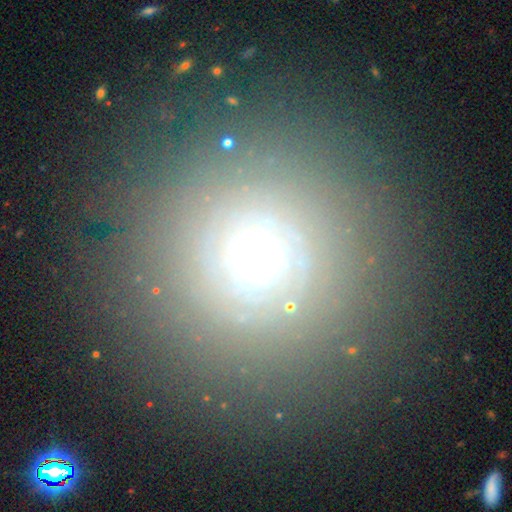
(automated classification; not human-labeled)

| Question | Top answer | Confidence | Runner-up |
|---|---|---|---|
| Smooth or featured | smooth | 44% | featured or disk (32%) |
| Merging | none | 84% | minor disturbance (8%) |